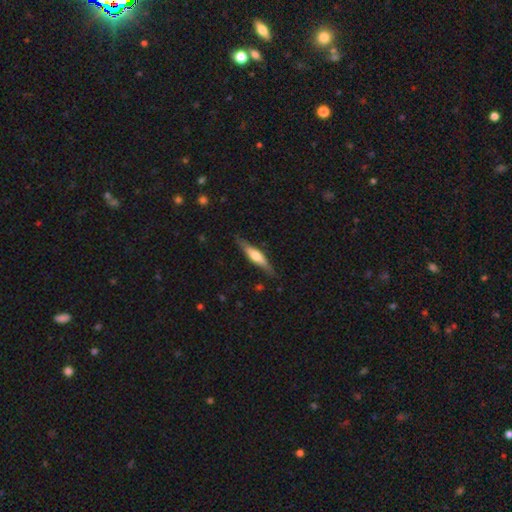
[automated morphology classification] featured or disk 56%, smooth 39%, star or artifact 5%. Down the decision tree: edge-on disk — yes (92%); edge-on bulge — rounded (83%); merging — none (83%).